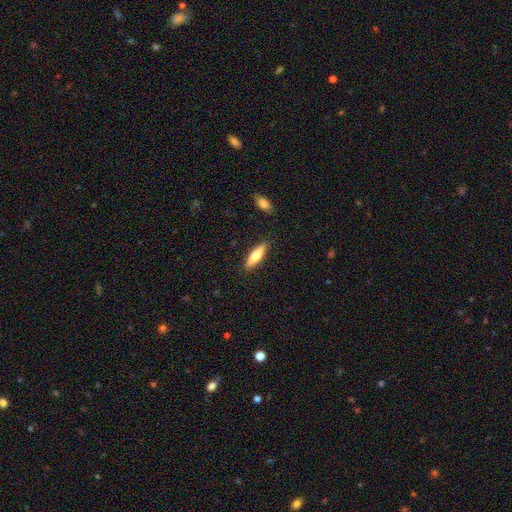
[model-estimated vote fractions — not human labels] A smooth galaxy with no disk features (66%) that is cigar-shaped (65%).

Vote fractions:
- Smooth or featured? smooth: 66% / featured or disk: 28% / star or artifact: 6%
- How rounded? cigar-shaped: 65% / in between: 33% / round: 2%
- Merging? none: 88% / minor disturbance: 9% / major disturbance: 2% / merger: 2%